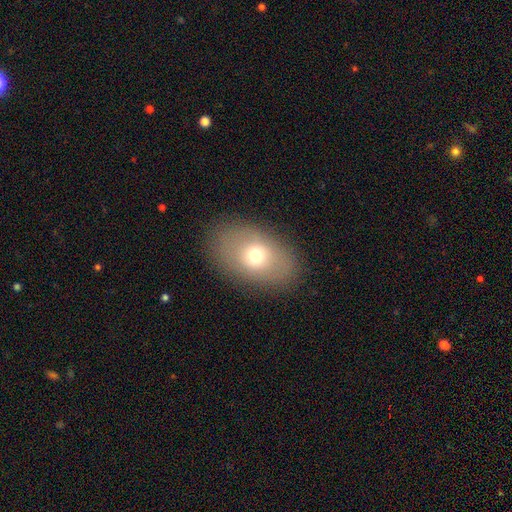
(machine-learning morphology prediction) smooth_or_featured: smooth (p=0.67) [alt: featured or disk p=0.23]
how_rounded: in between (p=0.84) [alt: round p=0.15]
merging: none (p=0.85) [alt: minor disturbance p=0.10]